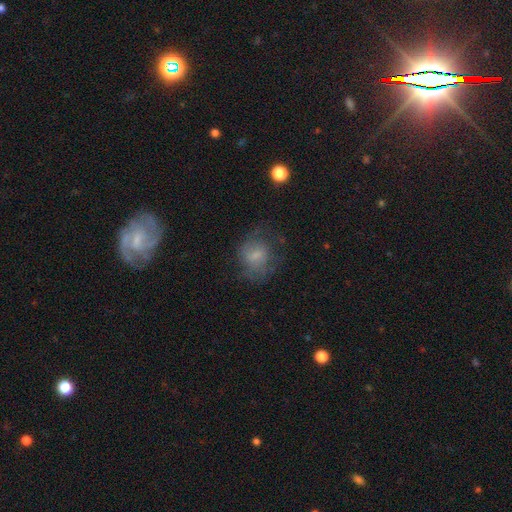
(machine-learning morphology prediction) A smooth galaxy with no disk features (54%) that is round (61%). Merging: none (53%).